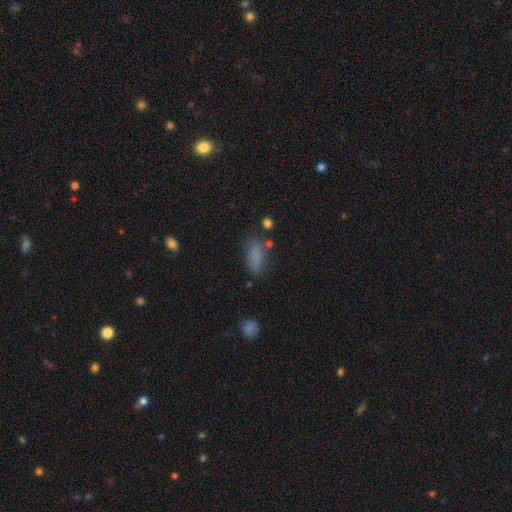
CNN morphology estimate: This is clearly a smooth galaxy (81%). How rounded: likely in between (79%). Merging: likely none (69%).